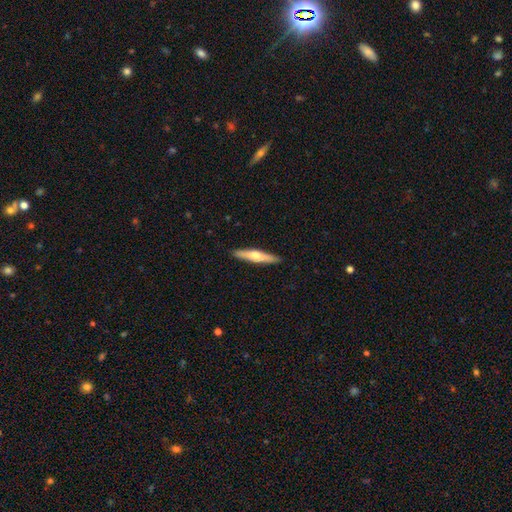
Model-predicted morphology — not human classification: Smooth or featured?
  - smooth: 48% *
  - featured or disk: 47%
  - star or artifact: 5%
Merging?
  - none: 91% *
  - minor disturbance: 7%
  - major disturbance: 1%
  - merger: 1%